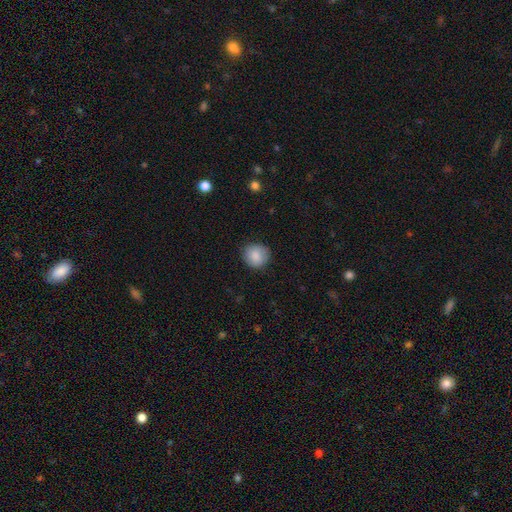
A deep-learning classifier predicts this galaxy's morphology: Smooth or featured: smooth — 86% (star or artifact — 7%)
How rounded: round — 90% (in between — 9%)
Merging: none — 85% (minor disturbance — 12%)